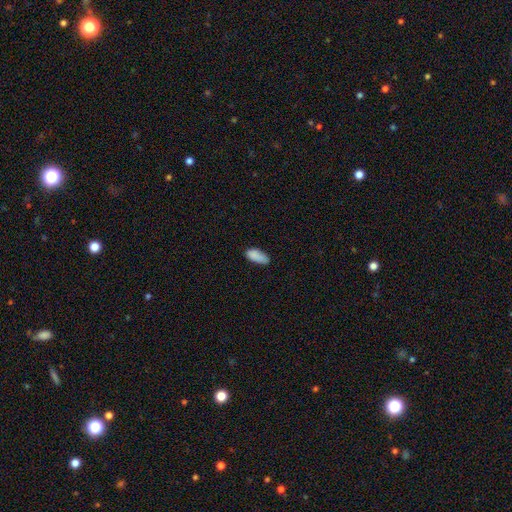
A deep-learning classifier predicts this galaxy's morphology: Q: Smooth or featured?
A: smooth (88%); runner-up: star or artifact (7%)
Q: How rounded?
A: in between (87%); runner-up: cigar-shaped (11%)
Q: Merging?
A: none (74%); runner-up: minor disturbance (21%)